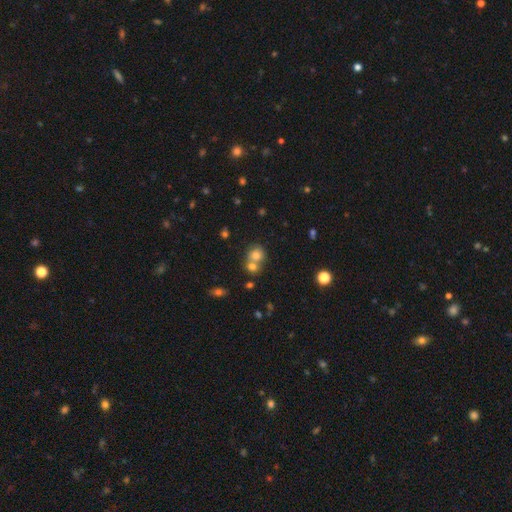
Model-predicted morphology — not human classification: Smooth or featured? smooth (73%)
How rounded? round (76%)
Merging? merger (50%)